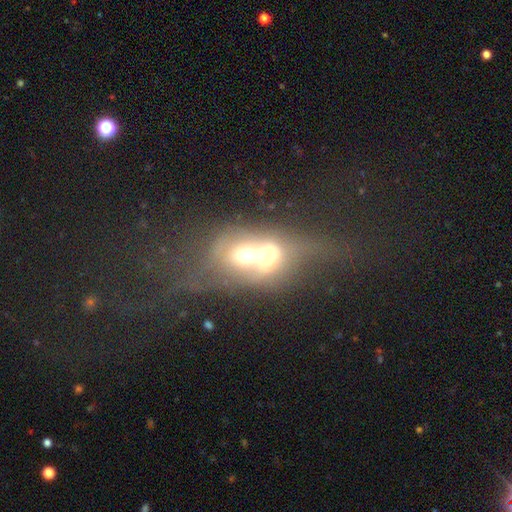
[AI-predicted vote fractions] The model was most divided on "smooth or featured": featured or disk: 50%, smooth: 38%, star or artifact: 12%. More confident: merging — merger (82%).